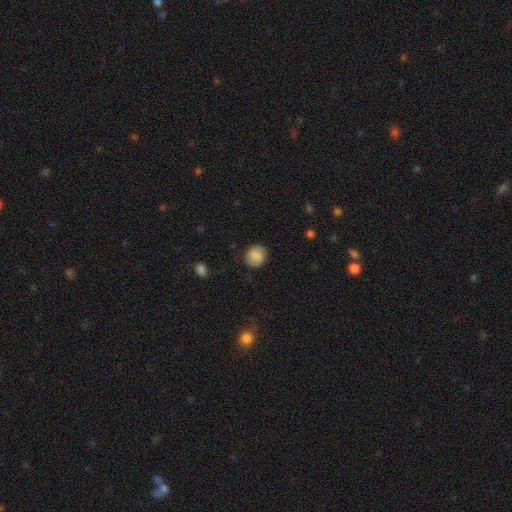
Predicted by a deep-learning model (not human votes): Smooth or featured: smooth — 75% (featured or disk — 16%)
How rounded: round — 76% (in between — 23%)
Merging: none — 81% (minor disturbance — 13%)